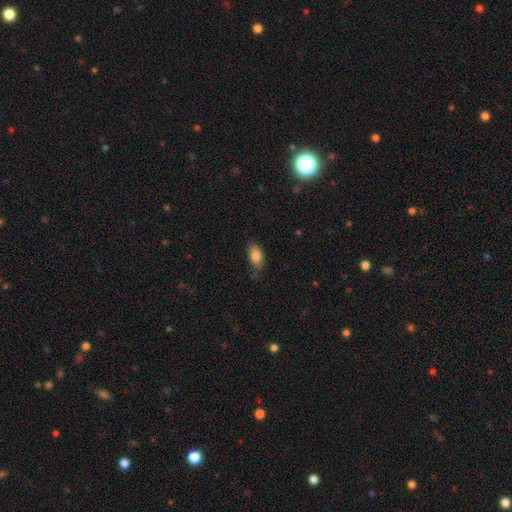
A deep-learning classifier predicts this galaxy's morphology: smooth_or_featured: smooth (p=0.85) [alt: star or artifact p=0.08]
how_rounded: in between (p=0.90) [alt: round p=0.06]
merging: none (p=0.68) [alt: minor disturbance p=0.25]